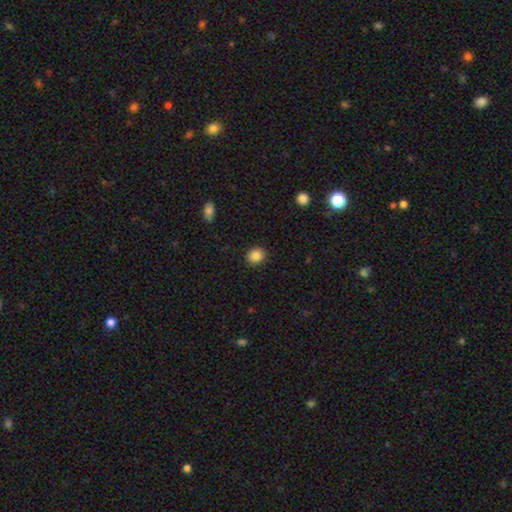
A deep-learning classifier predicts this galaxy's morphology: Smooth or featured? smooth (87%)
How rounded? round (79%)
Merging? none (91%)